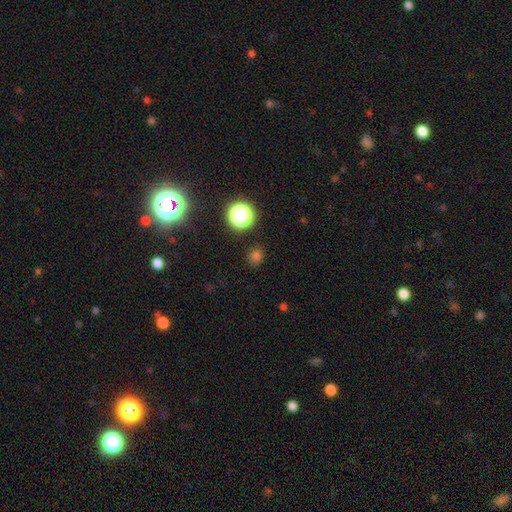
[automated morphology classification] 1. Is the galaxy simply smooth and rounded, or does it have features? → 70% smooth, 26% star or artifact, 4% featured or disk.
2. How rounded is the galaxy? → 85% round, 14% in between, 1% cigar-shaped.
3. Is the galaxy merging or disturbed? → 87% none, 8% minor disturbance, 3% major disturbance, 2% merger.